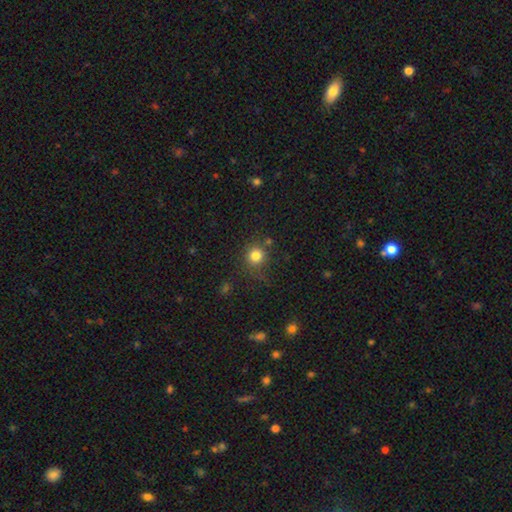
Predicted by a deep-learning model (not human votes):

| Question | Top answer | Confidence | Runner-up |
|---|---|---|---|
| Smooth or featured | smooth | 81% | star or artifact (13%) |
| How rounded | round | 92% | in between (7%) |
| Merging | none | 75% | minor disturbance (13%) |